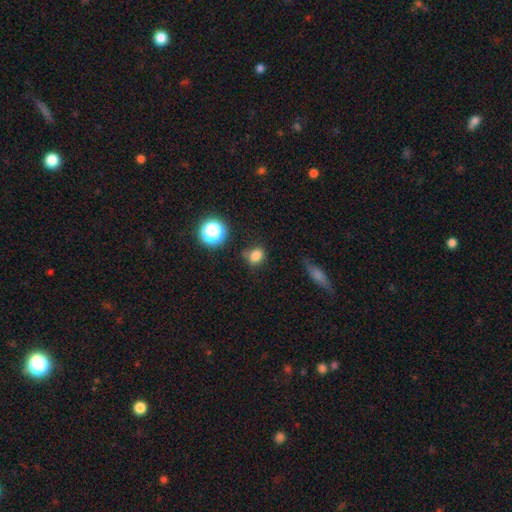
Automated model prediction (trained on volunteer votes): A smooth galaxy with no disk features (78%) that is in between round and cigar-shaped (53%).

Vote fractions:
- Smooth or featured? smooth: 78% / star or artifact: 15% / featured or disk: 6%
- How rounded? in between: 53% / round: 45% / cigar-shaped: 2%
- Merging? none: 66% / minor disturbance: 21% / major disturbance: 6% / merger: 6%